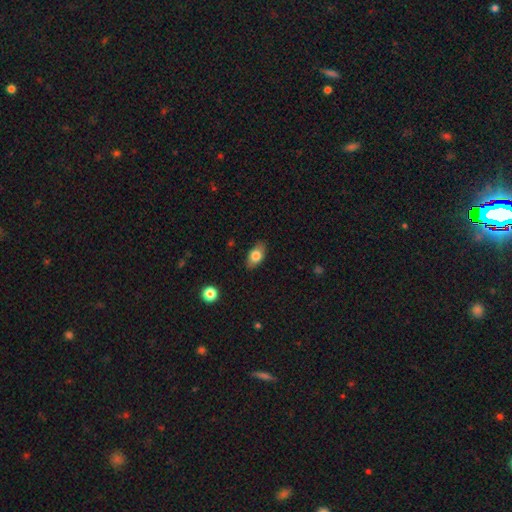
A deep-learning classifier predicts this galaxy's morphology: Q: Smooth or featured?
A: smooth (78%); runner-up: featured or disk (14%)
Q: How rounded?
A: in between (88%); runner-up: round (8%)
Q: Merging?
A: none (85%); runner-up: minor disturbance (12%)